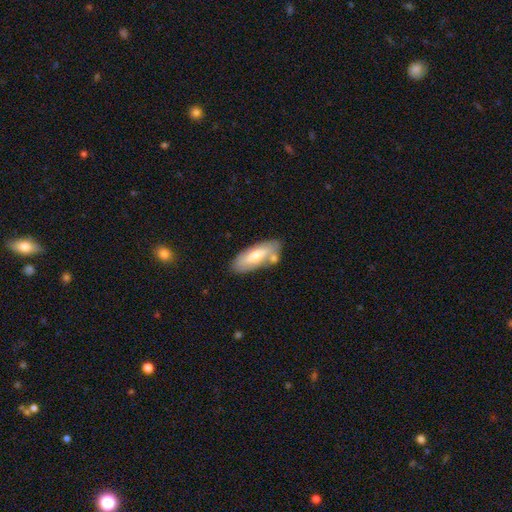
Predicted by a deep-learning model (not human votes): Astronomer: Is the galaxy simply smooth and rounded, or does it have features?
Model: smooth — 58% (runner-up: featured or disk, 36%).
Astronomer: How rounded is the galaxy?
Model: in between — 71%.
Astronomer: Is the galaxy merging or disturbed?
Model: none — 68%.